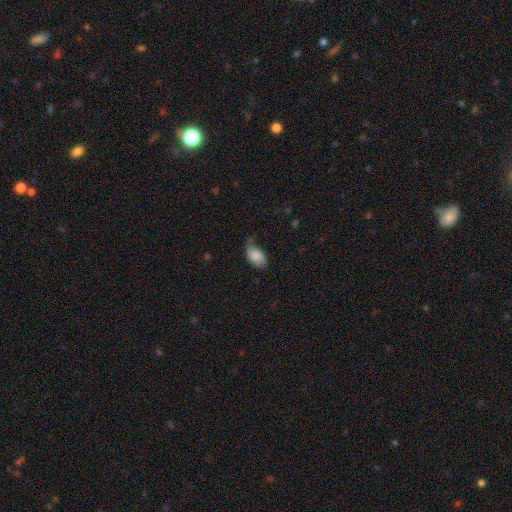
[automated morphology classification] Smooth or featured?
  - smooth: 83% *
  - featured or disk: 10%
  - star or artifact: 7%
How rounded?
  - in between: 92% *
  - round: 7%
  - cigar-shaped: 1%
Merging?
  - none: 47% *
  - minor disturbance: 36%
  - major disturbance: 14%
  - merger: 3%